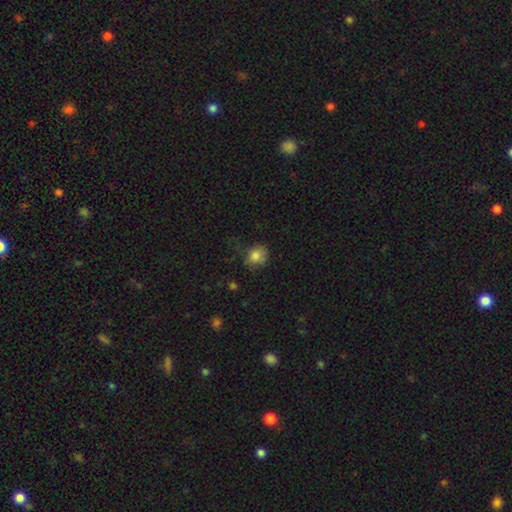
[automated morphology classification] The model was most divided on "merging": none: 62%, minor disturbance: 26%, major disturbance: 11%, merger: 2%. More confident: smooth or featured — smooth (82%); how rounded — round (68%).